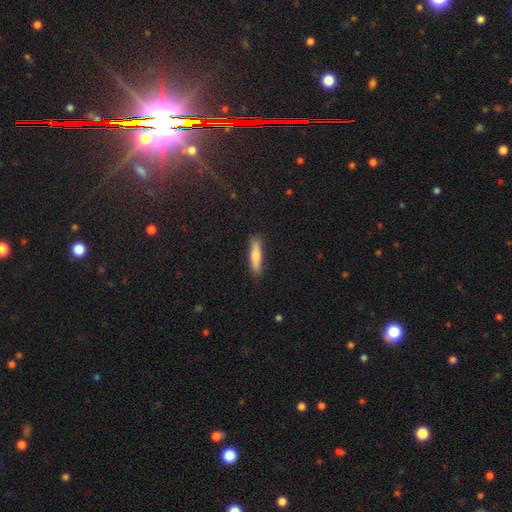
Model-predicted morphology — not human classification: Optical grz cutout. It shows a smooth galaxy with no disk features (73%) that is cigar-shaped (80%). Merging: none (85%).